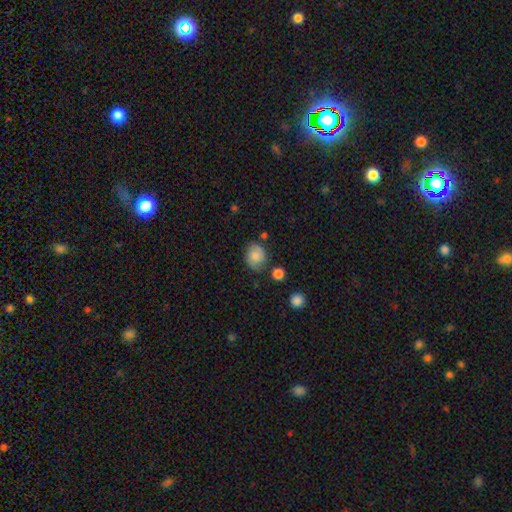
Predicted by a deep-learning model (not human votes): This appears to be a smooth galaxy with no disk features (74%) that is round (60%). Merging: none (71%).